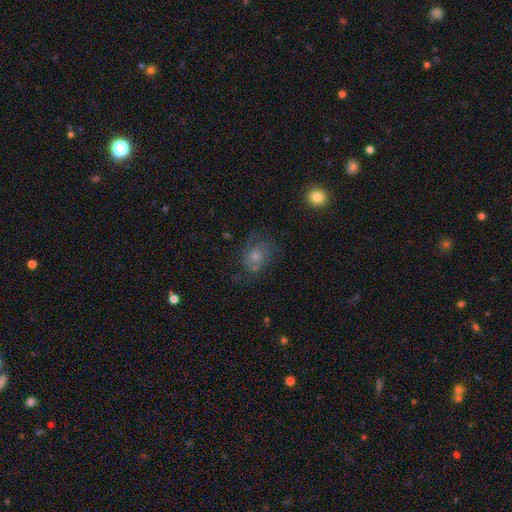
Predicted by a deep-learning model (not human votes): Q: Smooth or featured?
A: featured or disk (49%); runner-up: smooth (32%)
Q: Merging?
A: none (64%); runner-up: minor disturbance (20%)